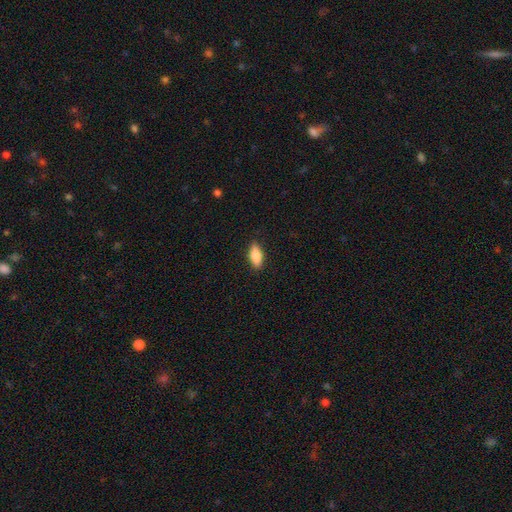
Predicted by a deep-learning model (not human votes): smooth 84%, featured or disk 10%, star or artifact 6%. Down the decision tree: how rounded — in between (80%); merging — none (87%).